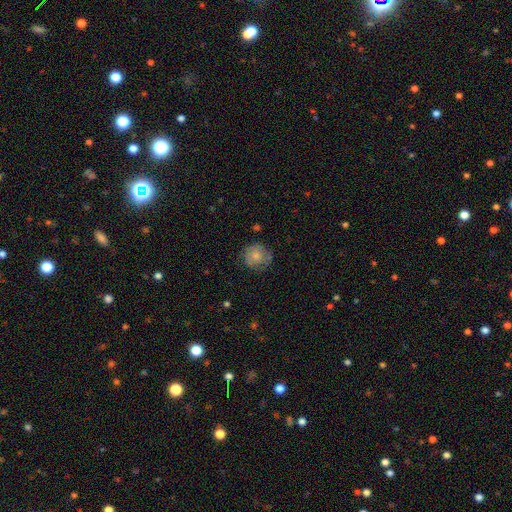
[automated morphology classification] Smooth or featured? Predicted: smooth (p=0.64). How rounded? Predicted: round (p=0.90). Merging? Predicted: none (p=0.71).